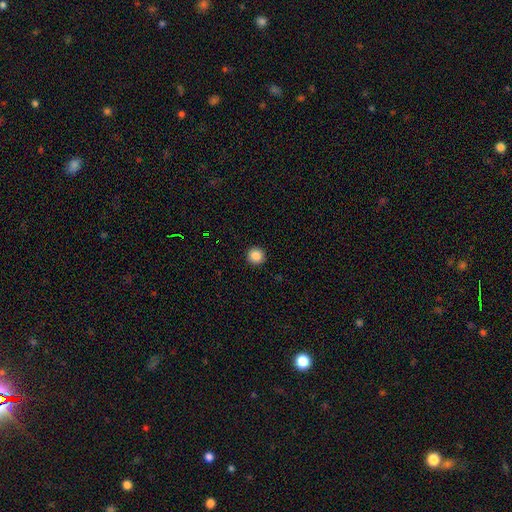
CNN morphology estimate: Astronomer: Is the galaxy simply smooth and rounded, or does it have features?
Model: smooth — 87%.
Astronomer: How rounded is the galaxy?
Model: round — 95%.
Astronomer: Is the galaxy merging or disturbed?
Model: none — 93%.